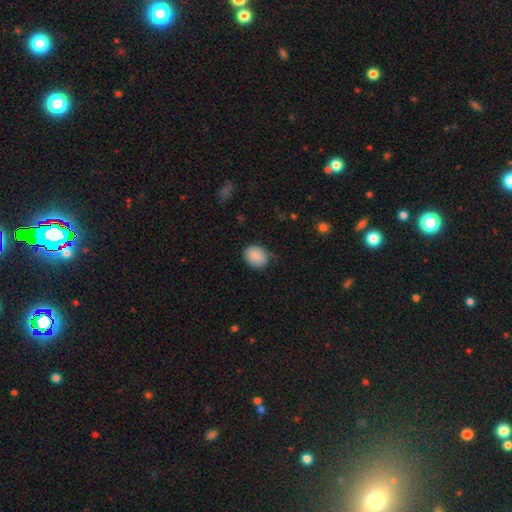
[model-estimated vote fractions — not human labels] This appears to be a smooth galaxy with no disk features (85%) that is round (50%, tied with in between). Merging: none (61%).